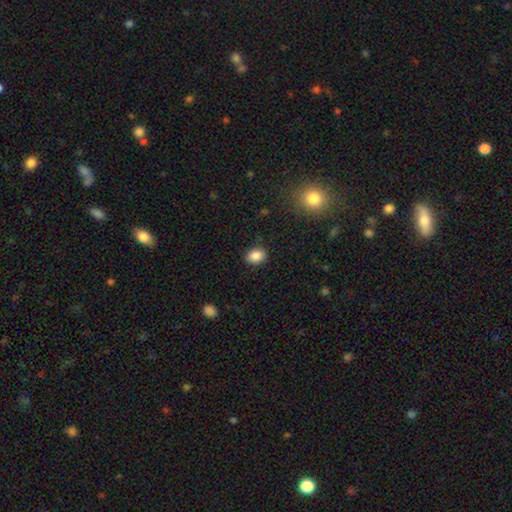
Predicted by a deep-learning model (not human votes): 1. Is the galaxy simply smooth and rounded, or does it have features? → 87% smooth, 9% star or artifact, 4% featured or disk.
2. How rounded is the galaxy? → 63% in between, 36% round, 1% cigar-shaped.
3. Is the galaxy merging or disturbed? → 87% none, 9% minor disturbance, 3% major disturbance, 1% merger.